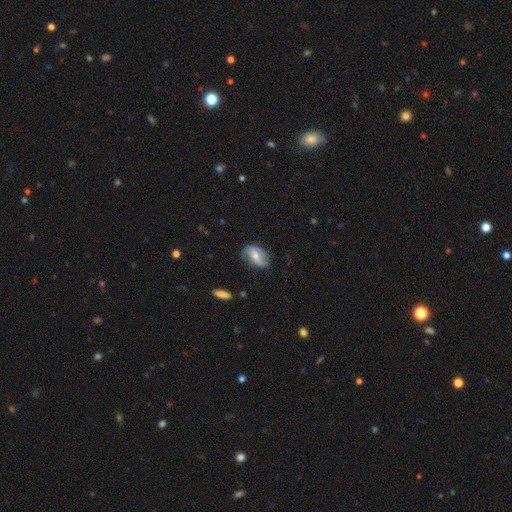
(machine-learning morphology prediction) This is possibly a featured or disk galaxy (51%). It is clearly not viewed edge-on (92%). Merging: likely none (68%).